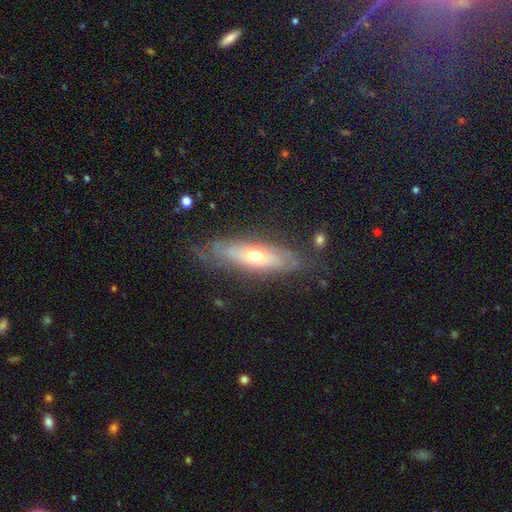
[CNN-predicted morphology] A featured or disk galaxy (60%).

Vote fractions:
- Smooth or featured? featured or disk: 60% / smooth: 34% / star or artifact: 6%
- Edge-on disk? no: 60% / yes: 40%
- Merging? none: 67% / minor disturbance: 22% / major disturbance: 9% / merger: 2%